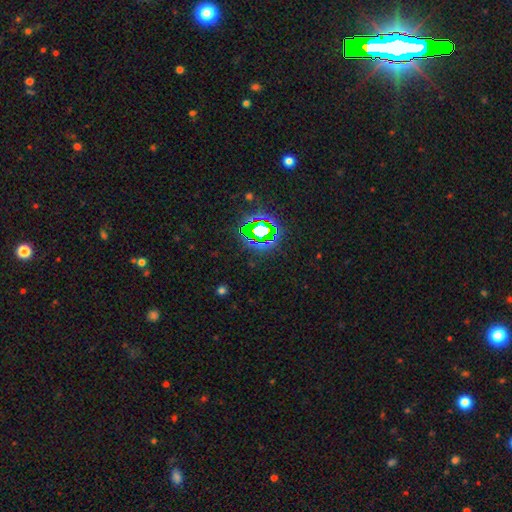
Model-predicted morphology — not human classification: A star or artifact, not a galaxy (77%).

Vote fractions:
- Smooth or featured? star or artifact: 77% / smooth: 14% / featured or disk: 9%